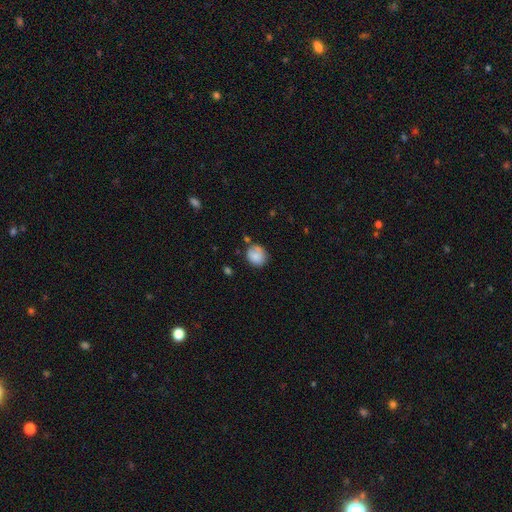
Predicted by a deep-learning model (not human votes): Smooth or featured: smooth — 80% (featured or disk — 12%)
How rounded: round — 73% (in between — 26%)
Merging: none — 64% (minor disturbance — 23%)